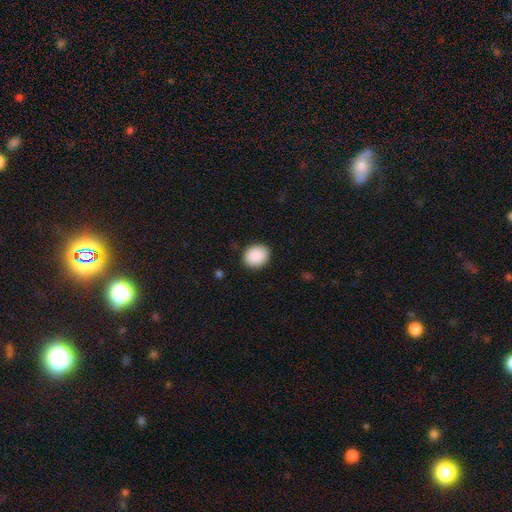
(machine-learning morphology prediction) Smooth or featured? Predicted: smooth (p=0.90). How rounded? Predicted: round (p=0.62). Merging? Predicted: none (p=0.89).